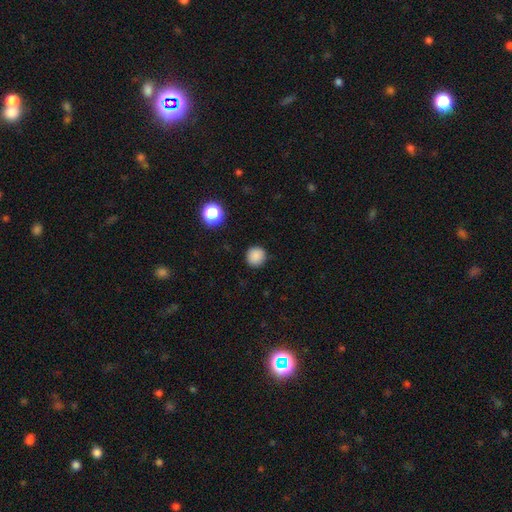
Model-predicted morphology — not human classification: smooth_or_featured: smooth (p=0.86) [alt: star or artifact p=0.11]
how_rounded: round (p=0.94) [alt: in between p=0.05]
merging: none (p=0.90) [alt: minor disturbance p=0.06]